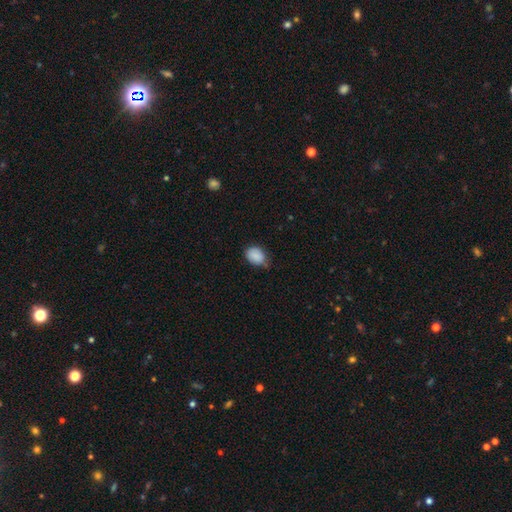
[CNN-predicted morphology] Smooth or featured?
  - smooth: 87% *
  - star or artifact: 8%
  - featured or disk: 5%
How rounded?
  - in between: 63% *
  - round: 36%
  - cigar-shaped: 1%
Merging?
  - none: 59% *
  - minor disturbance: 34%
  - major disturbance: 5%
  - merger: 2%